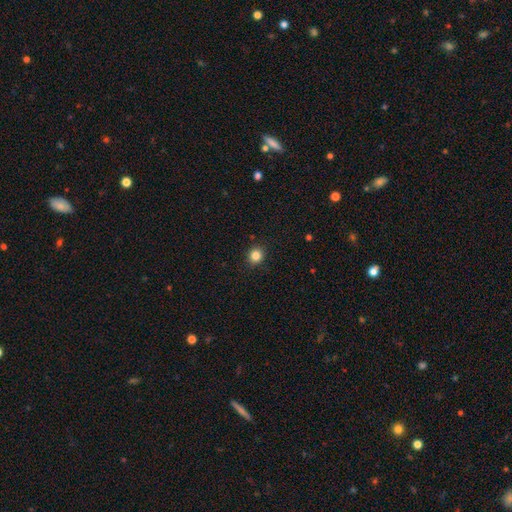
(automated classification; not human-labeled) Morphology: type=smooth (84%); roundness=round (86%); merging=none (91%).